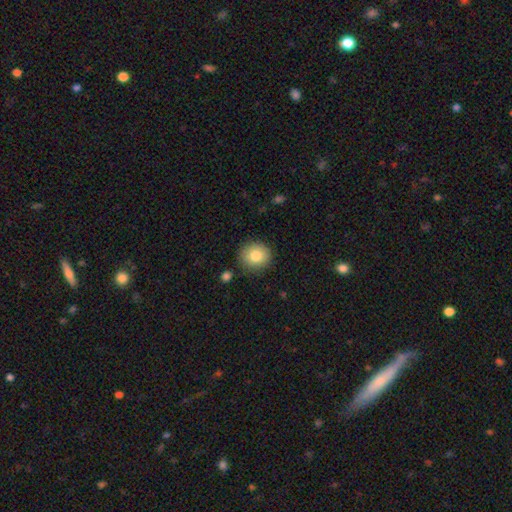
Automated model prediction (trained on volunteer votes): Smooth or featured? smooth (82%)
How rounded? round (86%)
Merging? none (87%)